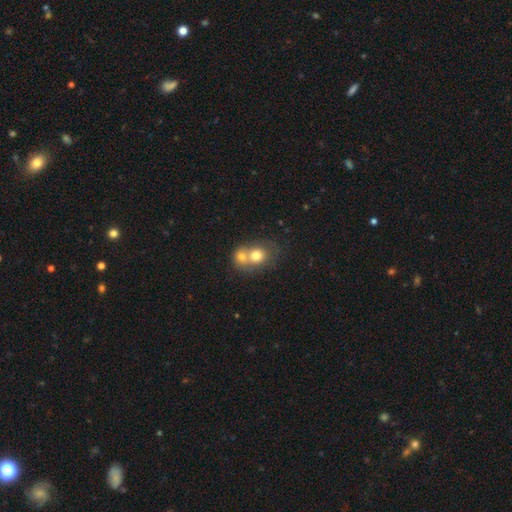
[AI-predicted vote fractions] A smooth galaxy with no disk features (72%) that is round (66%).

Vote fractions:
- Smooth or featured? smooth: 72% / featured or disk: 19% / star or artifact: 9%
- How rounded? round: 66% / in between: 33% / cigar-shaped: 1%
- Merging? merger: 68% / none: 23% / minor disturbance: 6% / major disturbance: 3%